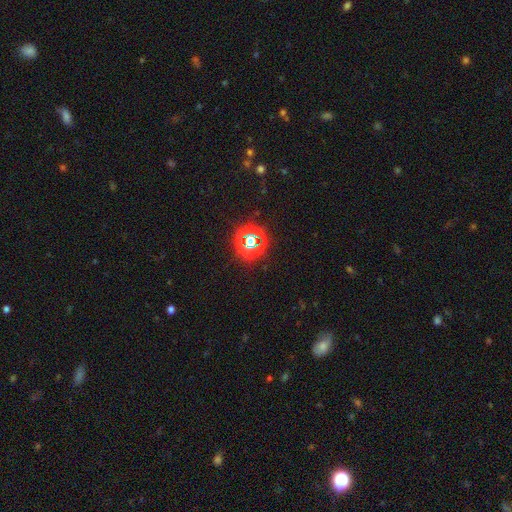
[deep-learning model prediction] star or artifact 57%, smooth 37%, featured or disk 6%.